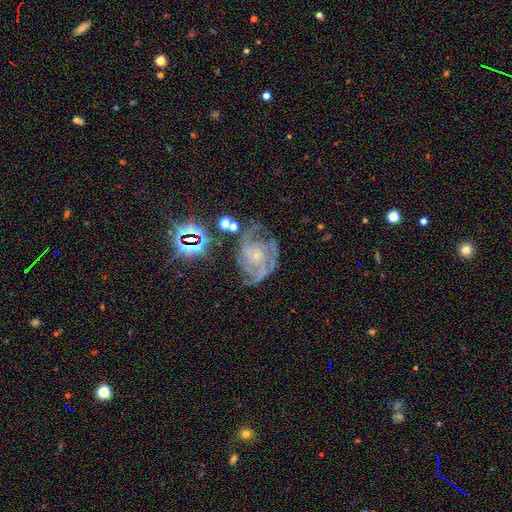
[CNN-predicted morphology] featured or disk 85%, star or artifact 9%, smooth 6%. Down the decision tree: edge-on disk — no (98%); bar — no (74%); spiral arms — yes (97%); spiral arm count — 3 (33%); spiral winding — tight (52%); bulge size — small (78%); merging — none (59%).